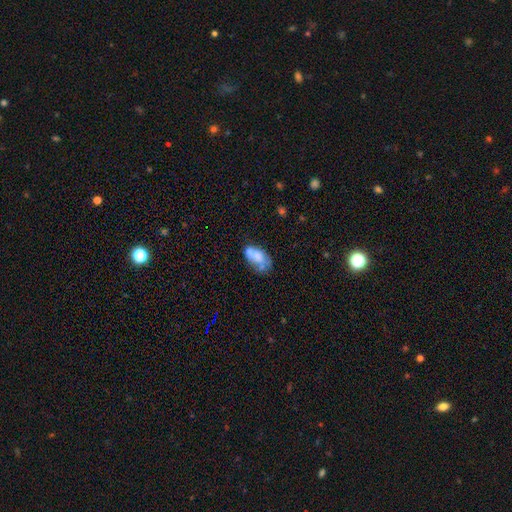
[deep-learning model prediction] Overall: smooth (58%; featured or disk 33%). How rounded: in between (90%). Merging: none (34%; minor disturbance 25%).